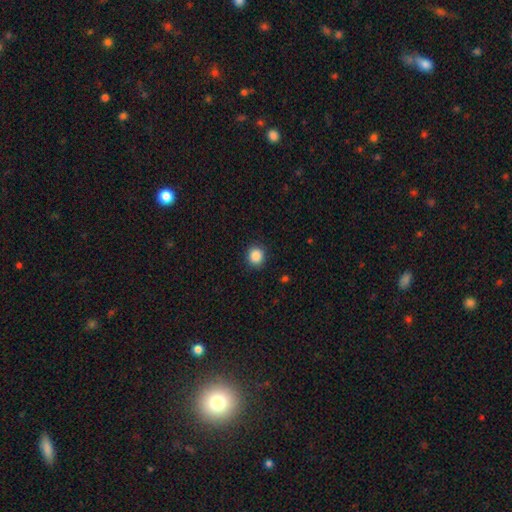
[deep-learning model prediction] Morphology: type=smooth (88%); roundness=round (86%); merging=none (89%).